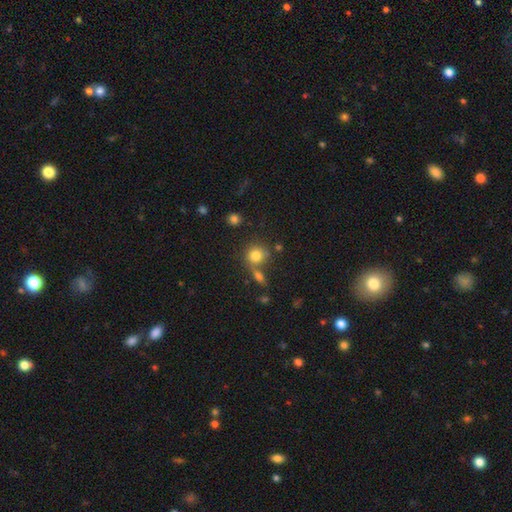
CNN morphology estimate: Smooth or featured: smooth — 79% (star or artifact — 12%)
How rounded: round — 82% (in between — 17%)
Merging: none — 57% (merger — 25%)